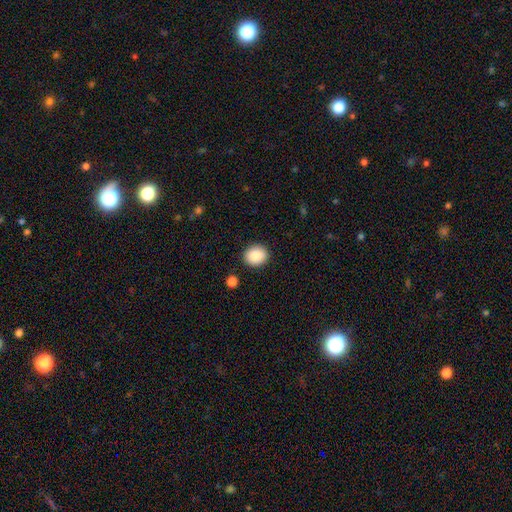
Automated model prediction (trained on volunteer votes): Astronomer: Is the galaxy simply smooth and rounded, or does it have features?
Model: smooth — 89%.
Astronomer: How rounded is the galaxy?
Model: round — 69%.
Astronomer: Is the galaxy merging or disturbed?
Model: none — 90%.